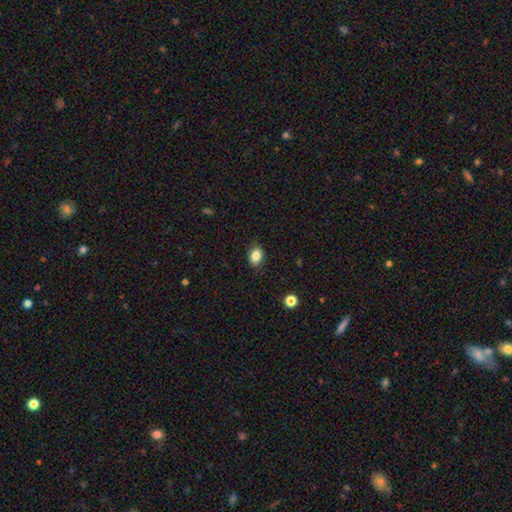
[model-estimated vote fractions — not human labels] Smooth or featured: smooth — 85% (star or artifact — 9%)
How rounded: in between — 70% (round — 29%)
Merging: none — 86% (minor disturbance — 10%)